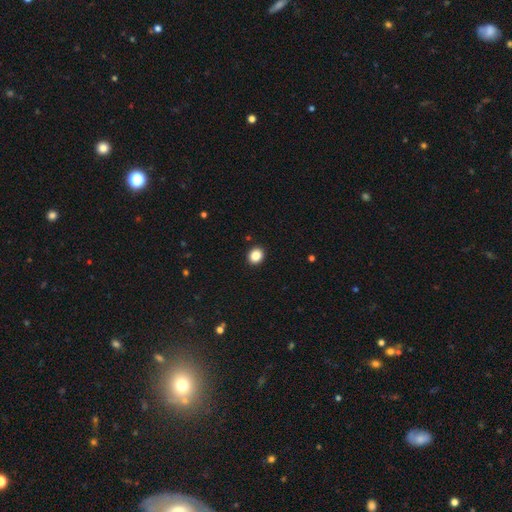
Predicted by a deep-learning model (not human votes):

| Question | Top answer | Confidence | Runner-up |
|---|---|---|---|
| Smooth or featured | smooth | 86% | star or artifact (10%) |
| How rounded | round | 78% | in between (21%) |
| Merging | none | 92% | minor disturbance (5%) |